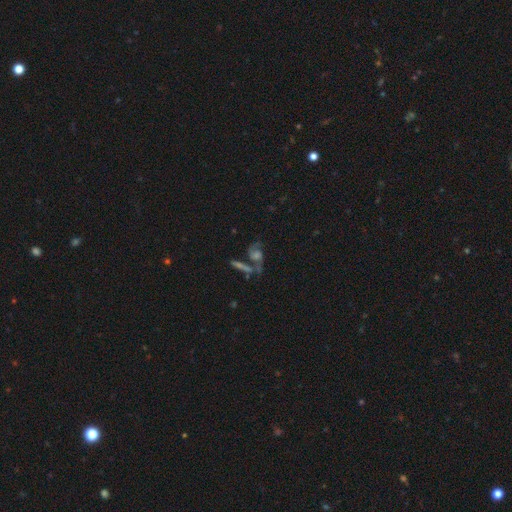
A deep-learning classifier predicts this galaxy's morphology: Smooth or featured: featured or disk — 64% (smooth — 18%)
Edge-on disk: no — 86% (yes — 14%)
Bar: no — 65% (weak — 26%)
Spiral arms: yes — 78% (no — 22%)
Bulge size: moderate — 36% (small — 26%)
Merging: none — 38% (merger — 37%)